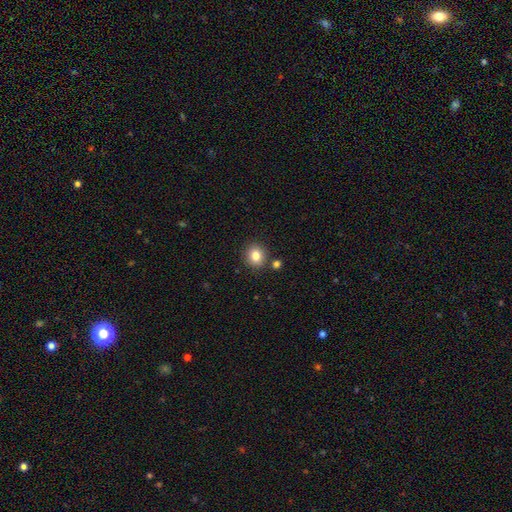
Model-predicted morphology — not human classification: The model was most divided on "how rounded": round: 80%, in between: 19%, cigar-shaped: 1%. More confident: merging — none (84%); smooth or featured — smooth (83%).